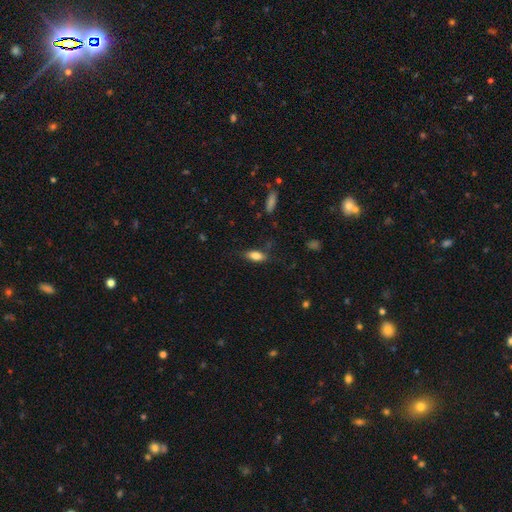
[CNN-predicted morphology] The model was most divided on "merging": none: 73%, minor disturbance: 19%, major disturbance: 6%, merger: 2%. More confident: smooth or featured — smooth (82%); how rounded — in between (81%).